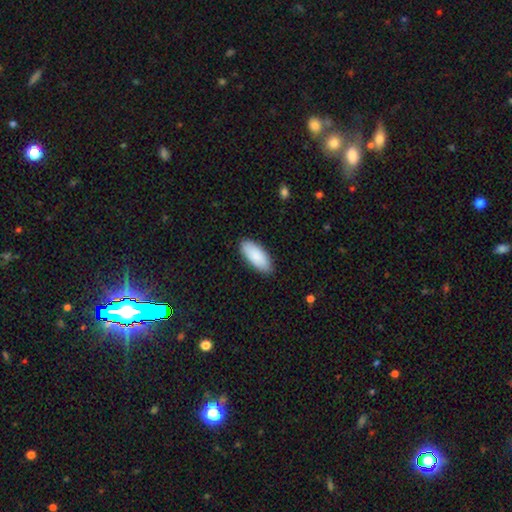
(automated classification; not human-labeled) Smooth or featured?
  - smooth: 89% *
  - featured or disk: 6%
  - star or artifact: 5%
How rounded?
  - in between: 87% *
  - cigar-shaped: 12%
  - round: 2%
Merging?
  - none: 87% *
  - minor disturbance: 10%
  - major disturbance: 2%
  - merger: 1%